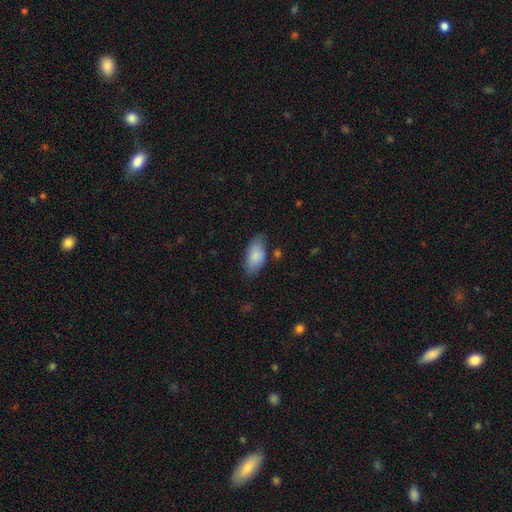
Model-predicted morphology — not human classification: A smooth galaxy with no disk features (86%) that is in between round and cigar-shaped (93%). Merging: none (74%).